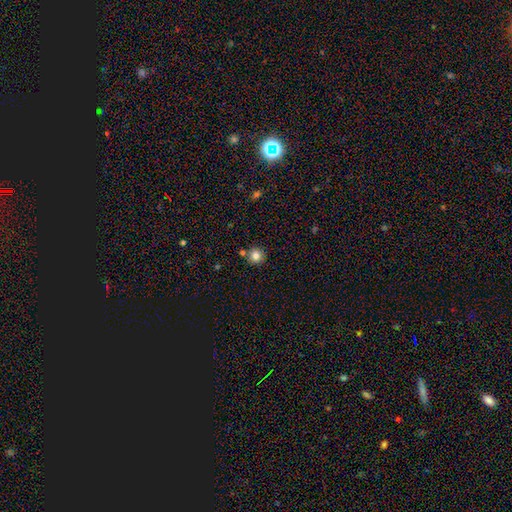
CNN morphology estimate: Q: Smooth or featured?
A: smooth (82%); runner-up: star or artifact (11%)
Q: How rounded?
A: round (94%); runner-up: in between (5%)
Q: Merging?
A: none (82%); runner-up: merger (8%)